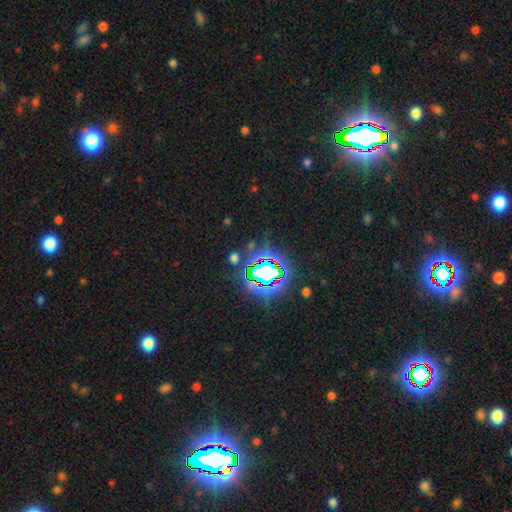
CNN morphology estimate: A star or artifact, not a galaxy (84%).